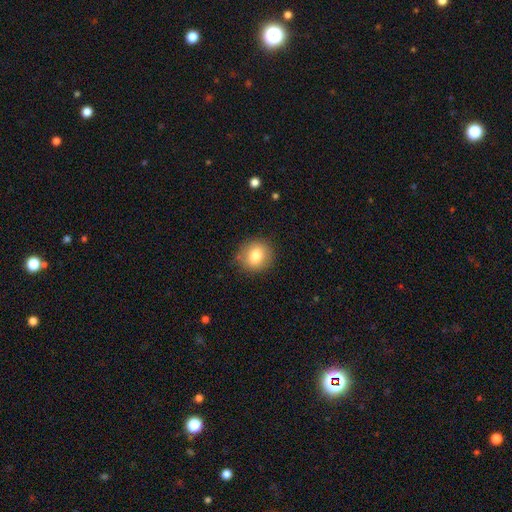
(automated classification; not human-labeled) Smooth or featured? Predicted: smooth (p=0.80). How rounded? Predicted: round (p=0.84). Merging? Predicted: none (p=0.86).